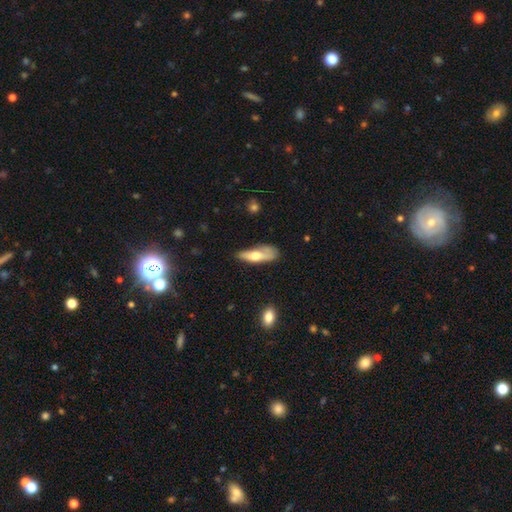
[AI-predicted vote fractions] Morphology: type=smooth (62%); roundness=in between (52%); merging=none (48%).